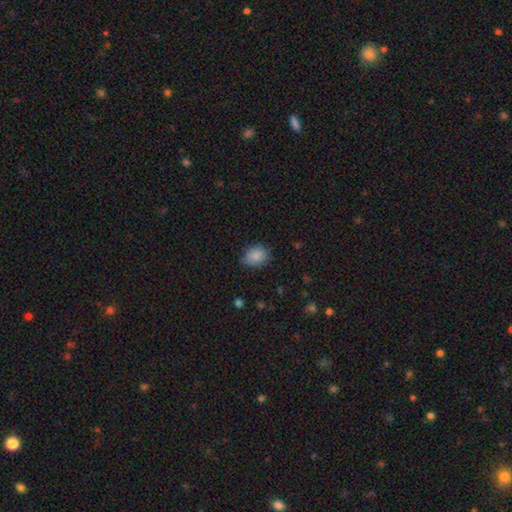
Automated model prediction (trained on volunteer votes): Smooth or featured? smooth (87%)
How rounded? in between (57%)
Merging? none (77%)